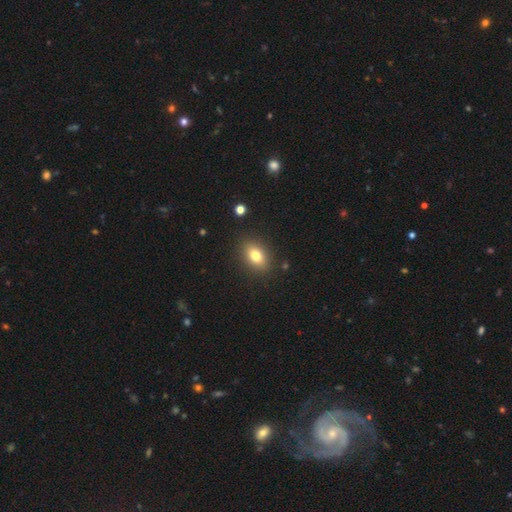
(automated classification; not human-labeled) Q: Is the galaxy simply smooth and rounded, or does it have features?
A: smooth — 77%.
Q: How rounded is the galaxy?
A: in between — 78%.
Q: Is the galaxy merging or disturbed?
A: none — 87%.